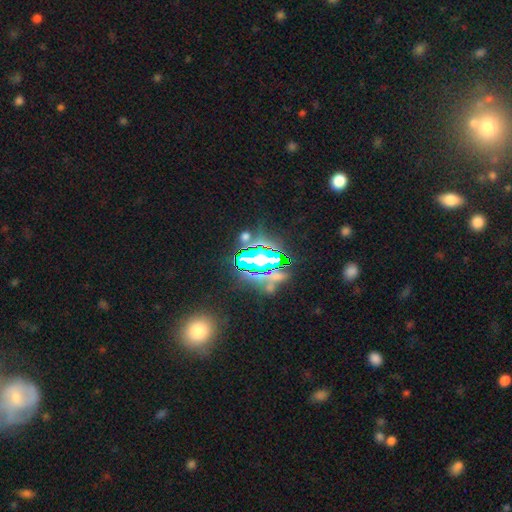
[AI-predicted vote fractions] A star or artifact, not a galaxy (71%).